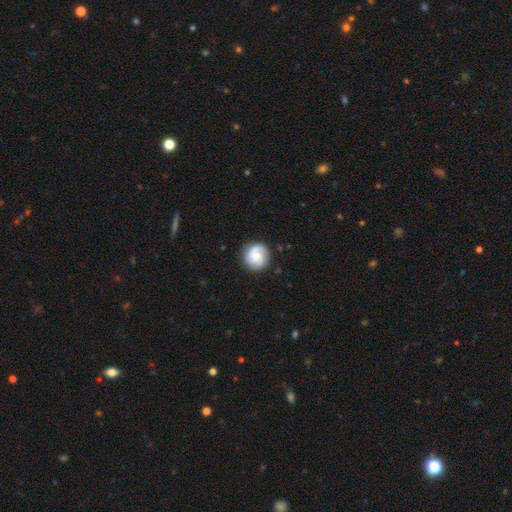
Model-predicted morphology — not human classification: Smooth or featured?
  - featured or disk: 47% *
  - smooth: 45%
  - star or artifact: 7%
Merging?
  - none: 83% *
  - minor disturbance: 12%
  - major disturbance: 4%
  - merger: 1%